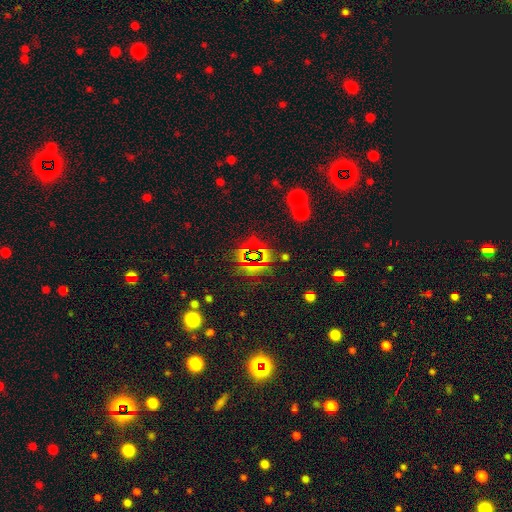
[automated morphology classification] type=star or artifact (72%).